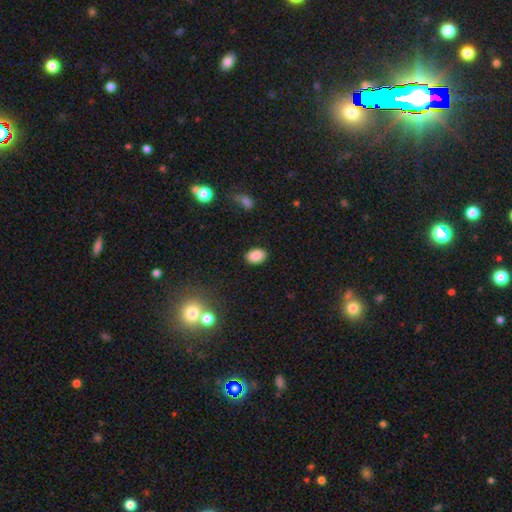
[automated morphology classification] Smooth or featured?
  - smooth: 87% *
  - star or artifact: 9%
  - featured or disk: 4%
How rounded?
  - in between: 82% *
  - round: 16%
  - cigar-shaped: 1%
Merging?
  - none: 86% *
  - minor disturbance: 10%
  - major disturbance: 3%
  - merger: 1%